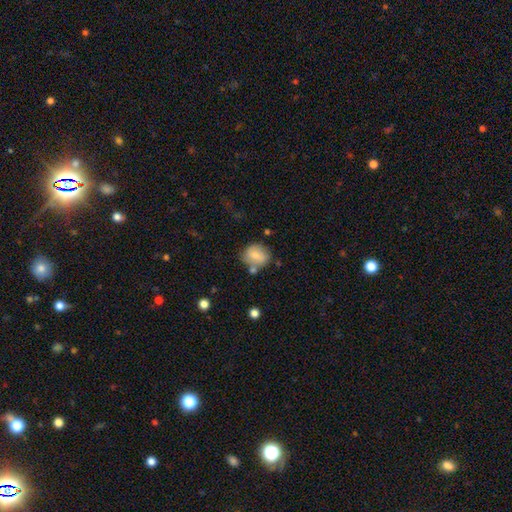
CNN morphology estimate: This appears to be a smooth galaxy with no disk features (75%) that is round (66%). Merging: none (61%).